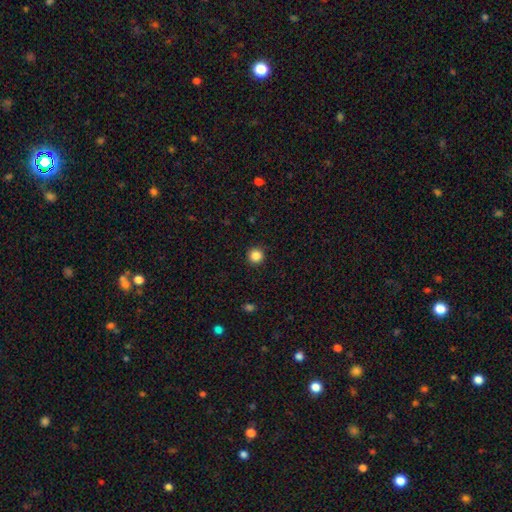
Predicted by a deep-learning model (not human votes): The model was most divided on "smooth or featured": smooth: 86%, star or artifact: 11%, featured or disk: 3%. More confident: how rounded — round (95%); merging — none (92%).